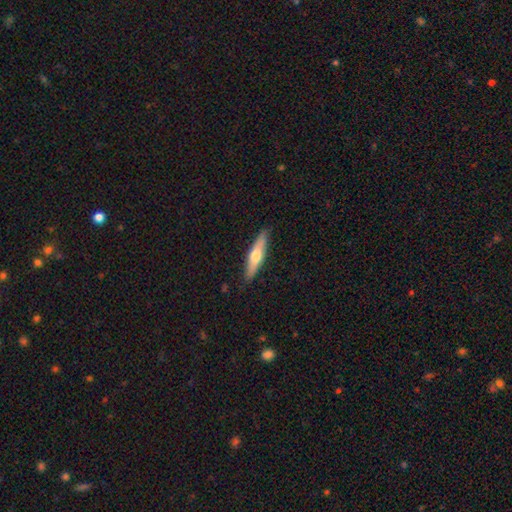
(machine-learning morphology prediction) Smooth or featured?
  - smooth: 49% *
  - featured or disk: 46%
  - star or artifact: 5%
Merging?
  - none: 88% *
  - minor disturbance: 10%
  - major disturbance: 2%
  - merger: 1%